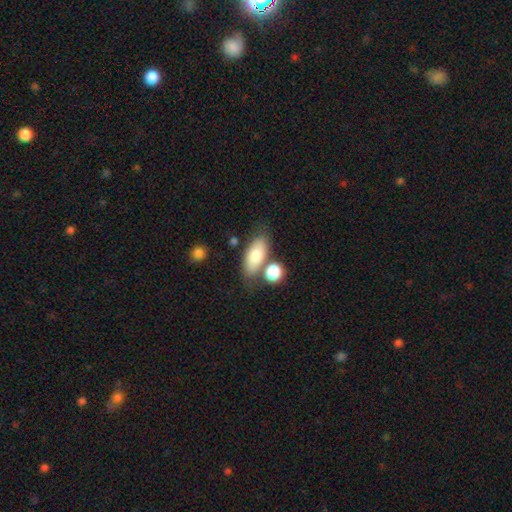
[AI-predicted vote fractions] Morphology: type=smooth (74%); roundness=in between (83%); merging=none (63%).